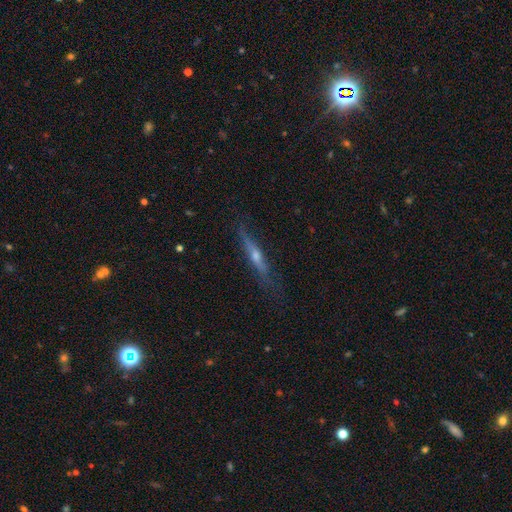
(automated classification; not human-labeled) smooth-or-featured: featured or disk: 69% | smooth: 24% | star or artifact: 7%
  disk-edge-on: yes: 94% | no: 6%
    edge-on-bulge: rounded: 84% | none: 12% | boxy: 4%
  merging: none: 77% | minor disturbance: 17% | major disturbance: 4% | merger: 1%